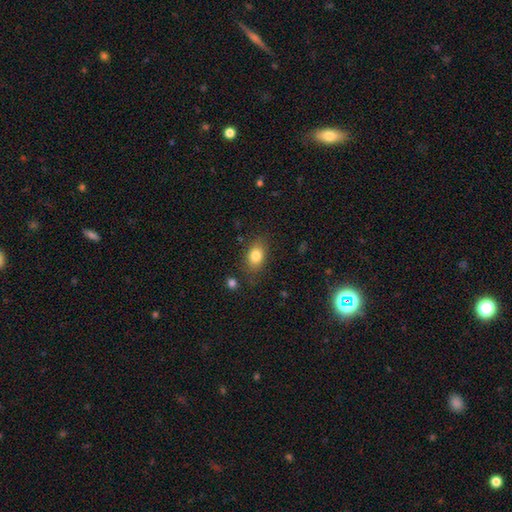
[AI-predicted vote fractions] Smooth or featured? smooth (82%)
How rounded? in between (78%)
Merging? none (80%)